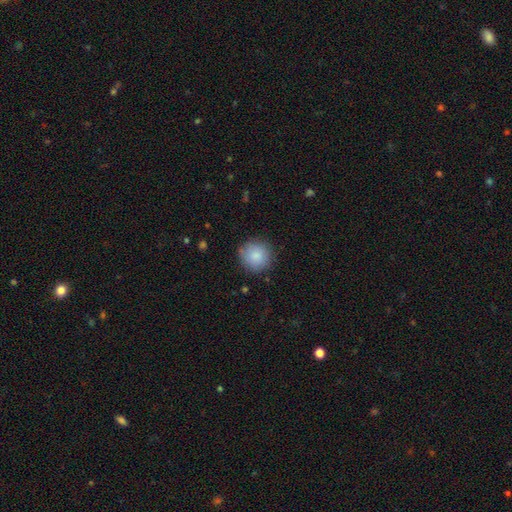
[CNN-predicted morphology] Smooth or featured? Predicted: smooth (p=0.86). How rounded? Predicted: round (p=0.94). Merging? Predicted: none (p=0.86).